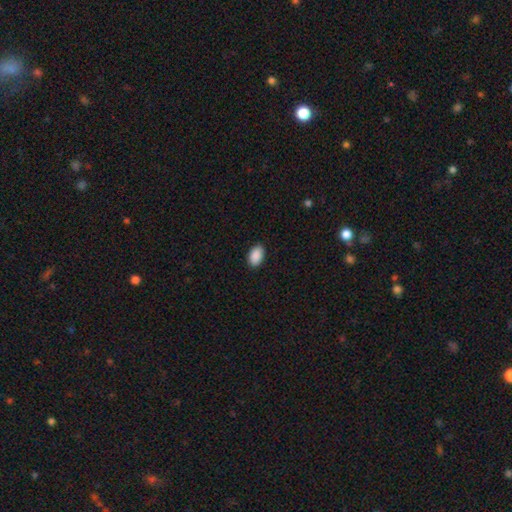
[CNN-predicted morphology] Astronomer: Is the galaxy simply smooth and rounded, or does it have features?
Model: smooth — 91%.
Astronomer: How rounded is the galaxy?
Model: in between — 92%.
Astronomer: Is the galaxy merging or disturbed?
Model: none — 88%.